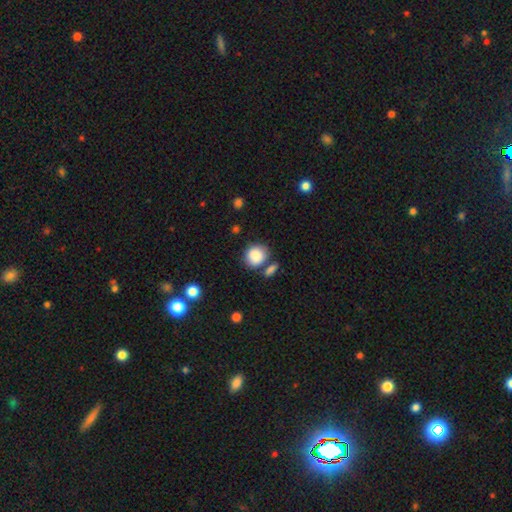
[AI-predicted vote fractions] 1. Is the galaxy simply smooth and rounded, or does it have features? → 87% smooth, 8% star or artifact, 5% featured or disk.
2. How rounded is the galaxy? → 81% round, 18% in between, 1% cigar-shaped.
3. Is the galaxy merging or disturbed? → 67% none, 15% merger, 13% minor disturbance, 4% major disturbance.